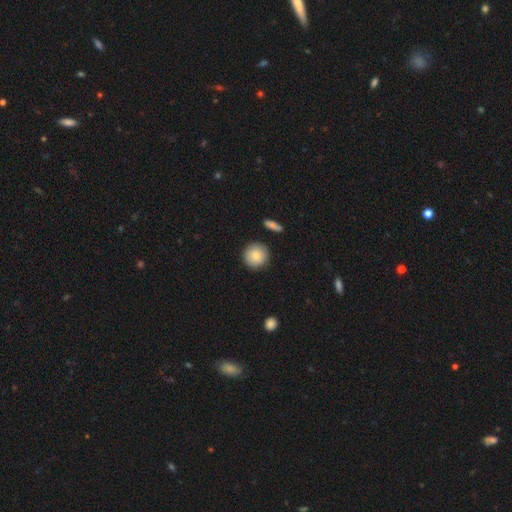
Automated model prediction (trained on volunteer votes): The model was most divided on "smooth or featured": smooth: 84%, featured or disk: 9%, star or artifact: 7%. More confident: how rounded — round (94%); merging — none (89%).